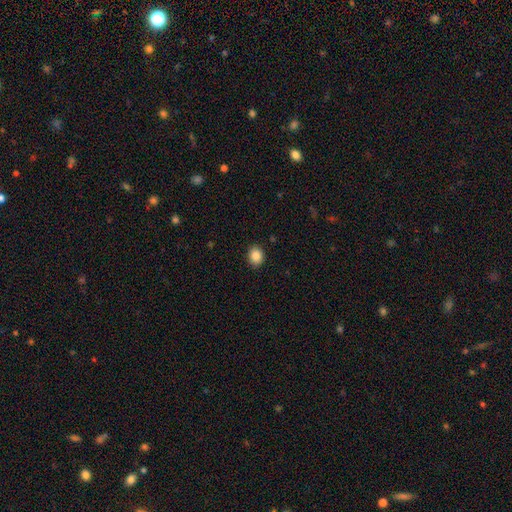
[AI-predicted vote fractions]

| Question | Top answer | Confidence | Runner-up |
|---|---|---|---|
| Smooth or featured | smooth | 87% | star or artifact (9%) |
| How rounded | round | 62% | in between (37%) |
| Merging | none | 90% | minor disturbance (7%) |